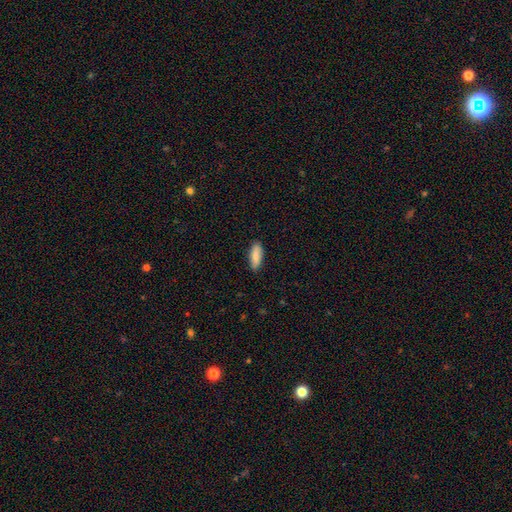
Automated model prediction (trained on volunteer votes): Overall: smooth (87%). How rounded: in between (68%; cigar-shaped 30%). Merging: none (86%).